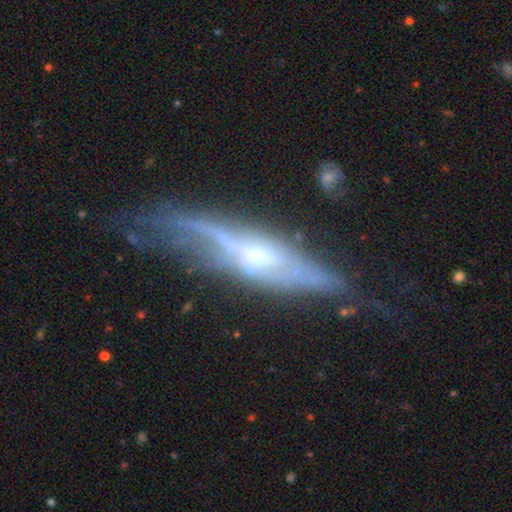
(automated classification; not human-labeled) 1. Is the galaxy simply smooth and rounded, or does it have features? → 80% featured or disk, 13% smooth, 7% star or artifact.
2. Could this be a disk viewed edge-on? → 70% yes, 30% no.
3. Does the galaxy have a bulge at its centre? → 69% rounded, 18% none, 12% boxy.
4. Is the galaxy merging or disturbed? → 52% none, 26% minor disturbance, 19% major disturbance, 3% merger.